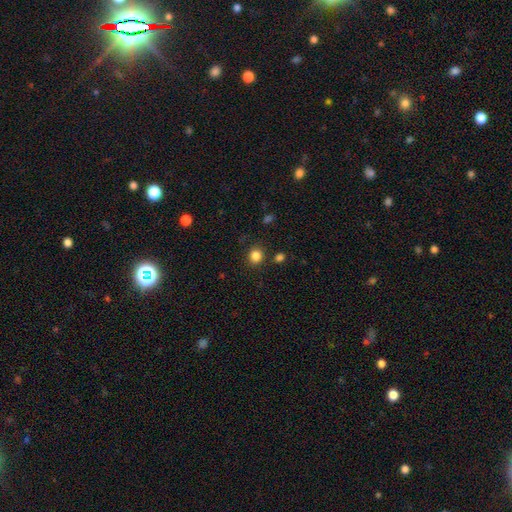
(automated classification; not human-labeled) Smooth or featured? Predicted: smooth (p=0.84). How rounded? Predicted: round (p=0.81). Merging? Predicted: none (p=0.86).